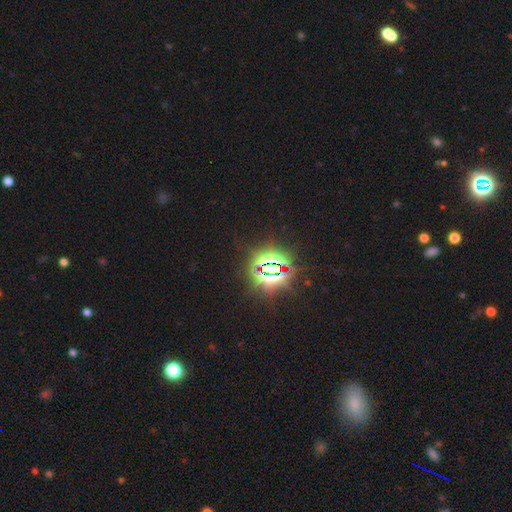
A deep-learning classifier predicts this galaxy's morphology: type=star or artifact (83%).